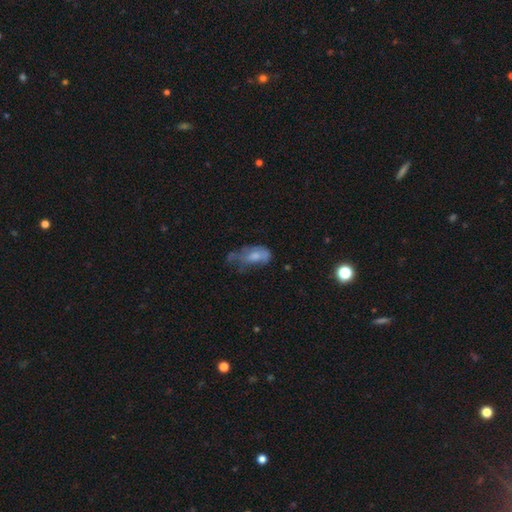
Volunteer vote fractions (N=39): A smooth galaxy with no disk features (54%) that is in between round and cigar-shaped (90%). Merging: minor disturbance (39%).